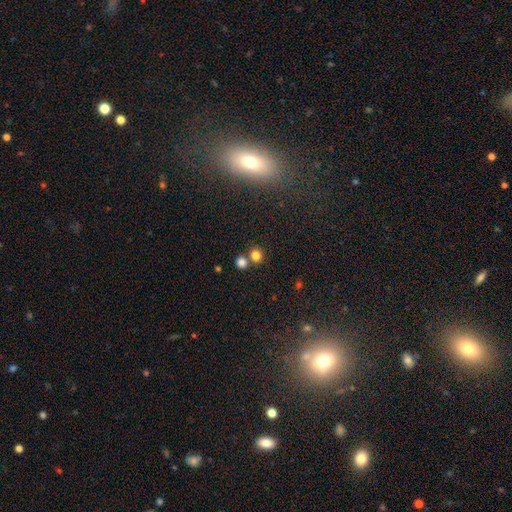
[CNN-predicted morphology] smooth-or-featured: smooth: 79% | star or artifact: 15% | featured or disk: 6%
  how-rounded: round: 89% | in between: 10% | cigar-shaped: 1%
  merging: none: 65% | merger: 26% | minor disturbance: 6% | major disturbance: 2%